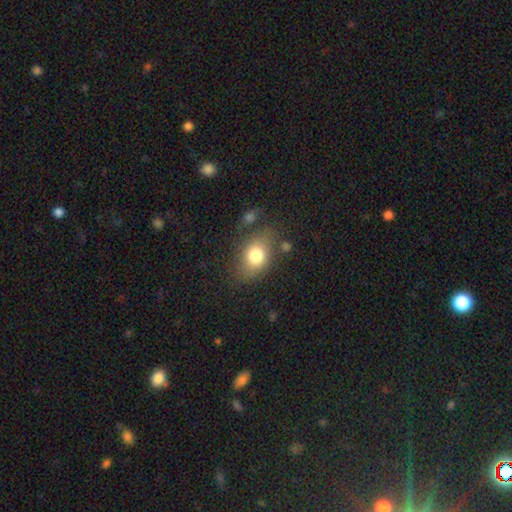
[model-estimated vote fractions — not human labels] A smooth galaxy with no disk features (77%) that is in between round and cigar-shaped (68%). Merging: none (68%).